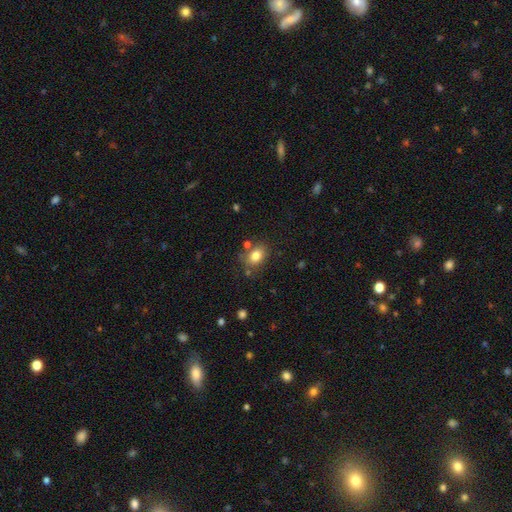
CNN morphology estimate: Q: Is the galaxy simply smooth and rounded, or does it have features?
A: smooth — 80%.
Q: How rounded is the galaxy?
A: in between — 68%.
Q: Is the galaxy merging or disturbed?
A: none — 72%.